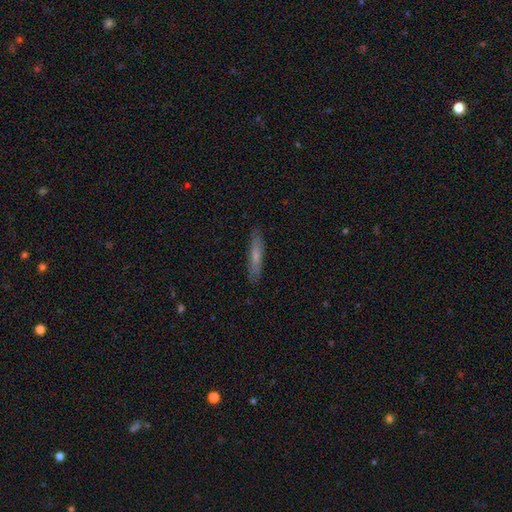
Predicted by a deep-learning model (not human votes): The model was most divided on "smooth or featured": smooth: 60%, featured or disk: 34%, star or artifact: 7%. More confident: how rounded — cigar-shaped (87%); merging — none (86%).